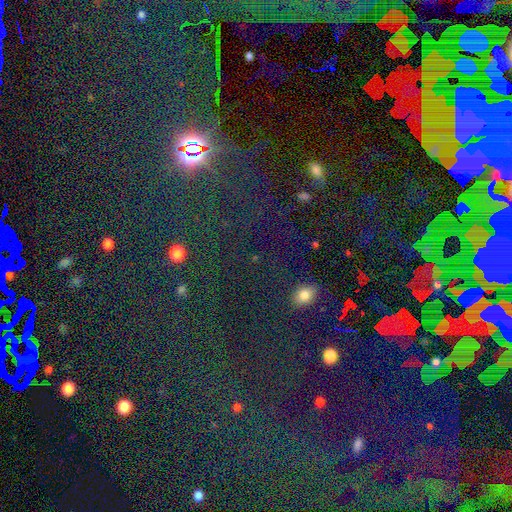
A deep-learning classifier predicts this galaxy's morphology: The model was most divided on "smooth or featured": star or artifact: 73%, smooth: 16%, featured or disk: 11%.